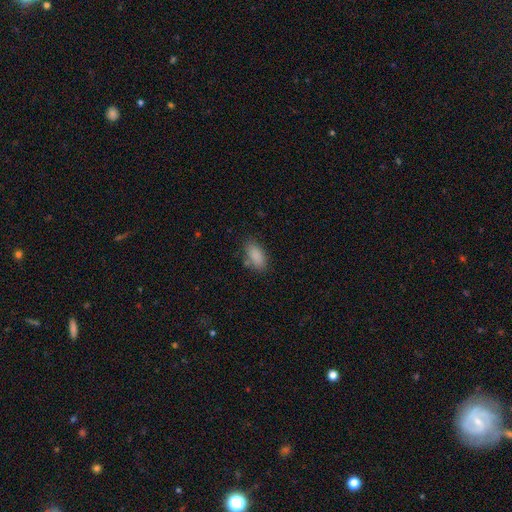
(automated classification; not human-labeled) A smooth galaxy with no disk features (87%) that is in between round and cigar-shaped (91%). Merging: none (76%).